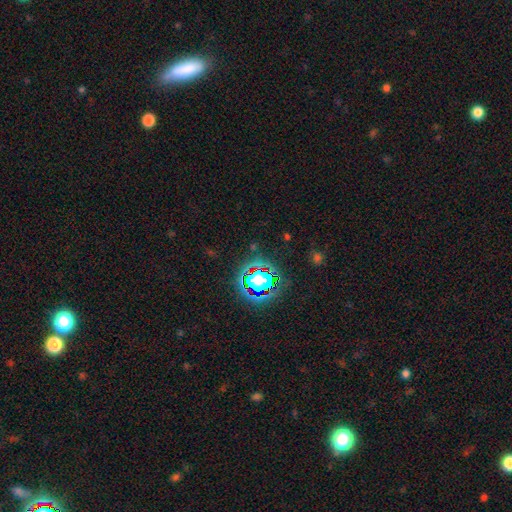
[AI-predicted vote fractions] A star or artifact, not a galaxy (75%).

Vote fractions:
- Smooth or featured? star or artifact: 75% / smooth: 15% / featured or disk: 10%